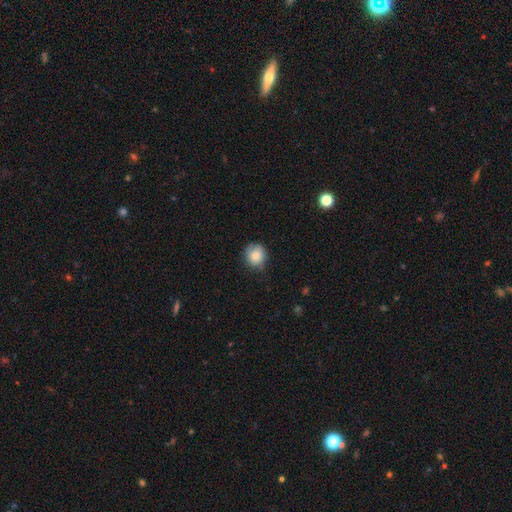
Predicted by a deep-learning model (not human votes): Smooth or featured?
  - smooth: 85% *
  - star or artifact: 9%
  - featured or disk: 7%
How rounded?
  - round: 87% *
  - in between: 12%
  - cigar-shaped: 1%
Merging?
  - none: 80% *
  - minor disturbance: 17%
  - major disturbance: 3%
  - merger: 1%